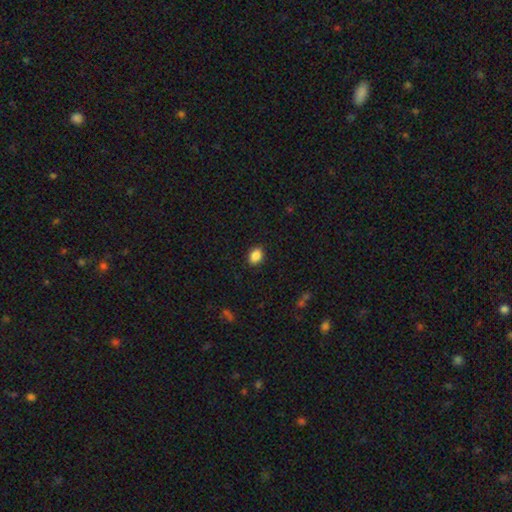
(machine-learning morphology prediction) type=smooth (88%); roundness=in between (71%); merging=none (89%).